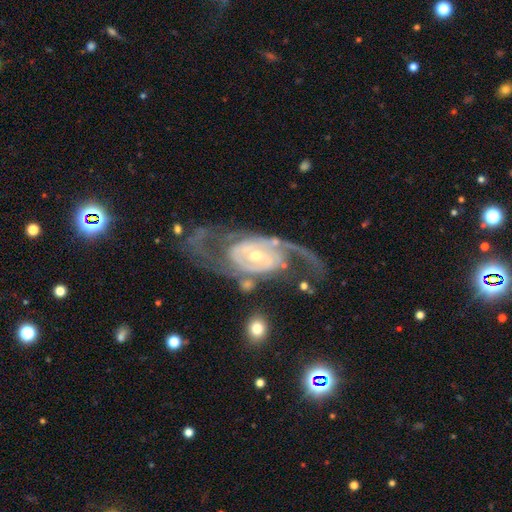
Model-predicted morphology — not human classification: Q: Smooth or featured?
A: featured or disk (90%); runner-up: smooth (5%)
Q: Edge-on disk?
A: no (96%); runner-up: yes (4%)
Q: Bar?
A: no (55%); runner-up: weak (31%)
Q: Spiral arms?
A: yes (93%); runner-up: no (7%)
Q: Spiral winding?
A: medium (43%); runner-up: tight (32%)
Q: Spiral arm count?
A: 2 (79%); runner-up: can't tell (8%)
Q: Bulge size?
A: moderate (49%); runner-up: small (45%)
Q: Merging?
A: none (55%); runner-up: major disturbance (24%)